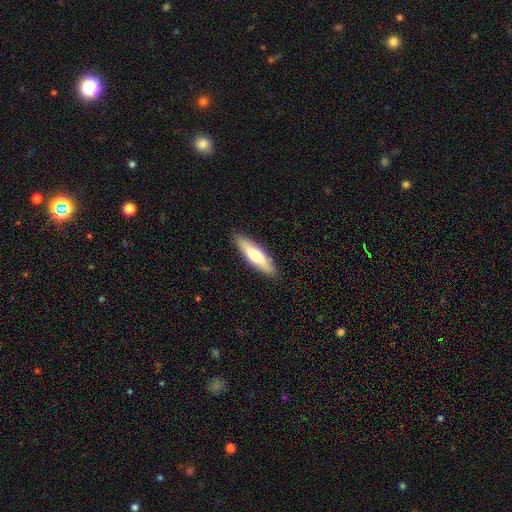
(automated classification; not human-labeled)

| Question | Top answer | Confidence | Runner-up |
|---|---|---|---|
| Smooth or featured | smooth | 57% | featured or disk (37%) |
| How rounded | cigar-shaped | 68% | in between (30%) |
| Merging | none | 89% | minor disturbance (8%) |